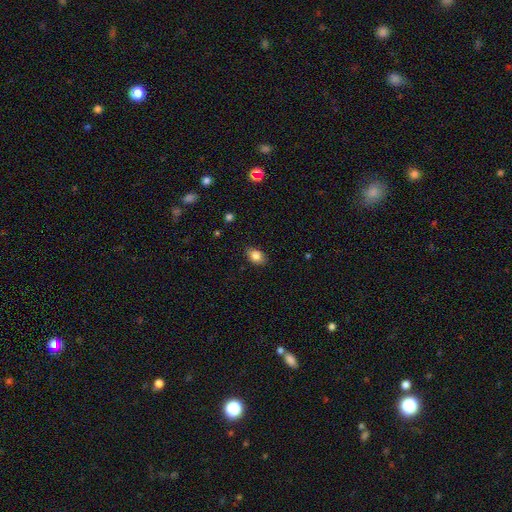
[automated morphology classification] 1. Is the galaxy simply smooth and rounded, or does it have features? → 84% smooth, 9% star or artifact, 8% featured or disk.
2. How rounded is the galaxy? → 82% in between, 16% round, 2% cigar-shaped.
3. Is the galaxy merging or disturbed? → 86% none, 11% minor disturbance, 2% major disturbance, 1% merger.